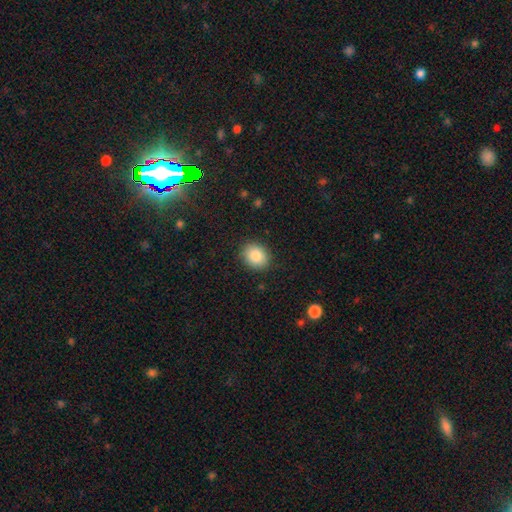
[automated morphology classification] Smooth or featured? Predicted: smooth (p=0.85). How rounded? Predicted: round (p=0.59). Merging? Predicted: none (p=0.89).